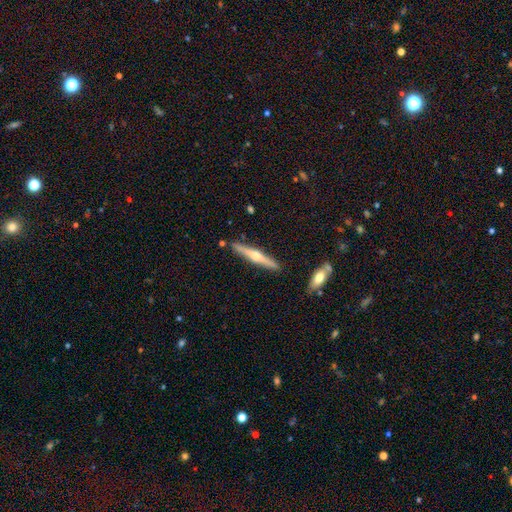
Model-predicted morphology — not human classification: The model was most divided on "smooth or featured": featured or disk: 66%, smooth: 29%, star or artifact: 5%. More confident: edge-on disk — yes (97%); edge-on bulge — rounded (91%); merging — none (88%).